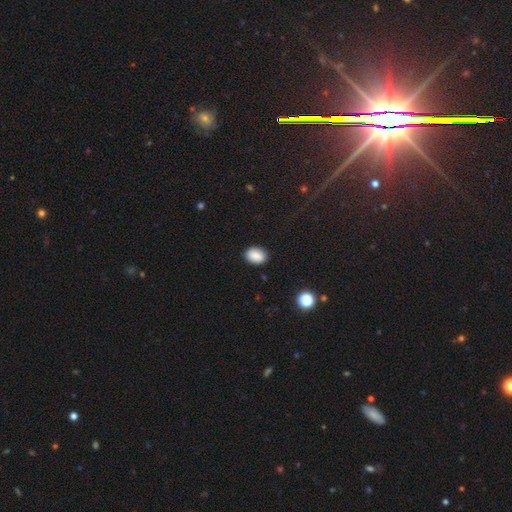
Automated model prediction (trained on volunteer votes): This appears to be a smooth galaxy with no disk features (88%) that is in between round and cigar-shaped (76%). Merging: none (88%).